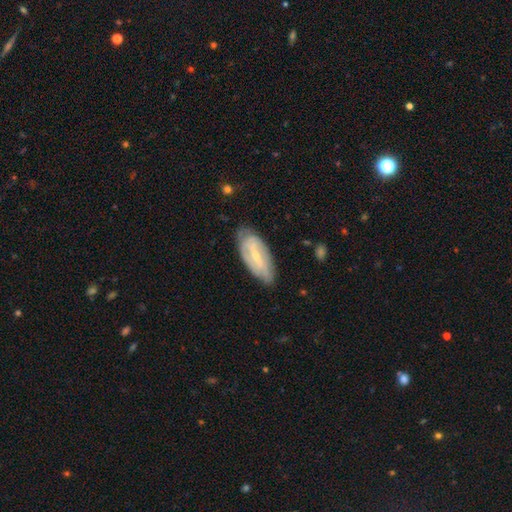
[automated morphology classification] Smooth or featured: featured or disk — 68% (smooth — 25%)
Edge-on disk: no — 88% (yes — 12%)
Bar: strong — 43% (weak — 42%)
Spiral arms: yes — 76% (no — 24%)
Bulge size: small — 65% (moderate — 29%)
Merging: none — 71% (minor disturbance — 22%)